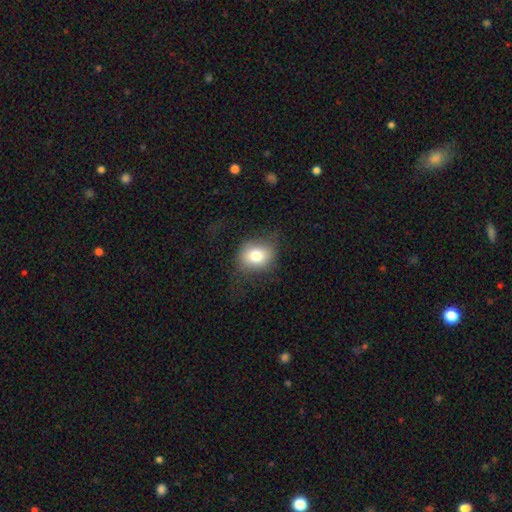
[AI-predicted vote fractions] A smooth galaxy with no disk features (77%) that is round (64%). Merging: none (70%).